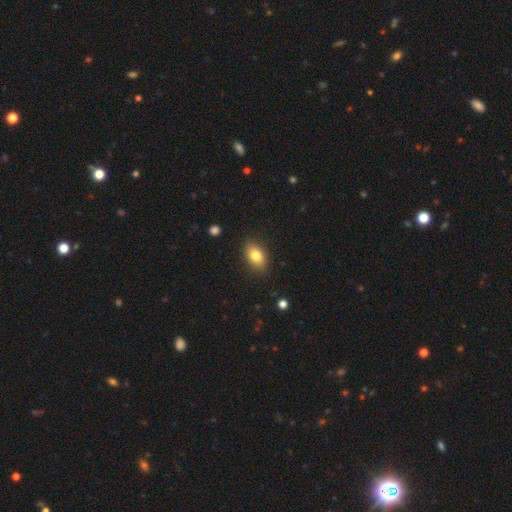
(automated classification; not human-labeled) Morphology: type=smooth (81%); roundness=in between (85%); merging=none (87%).